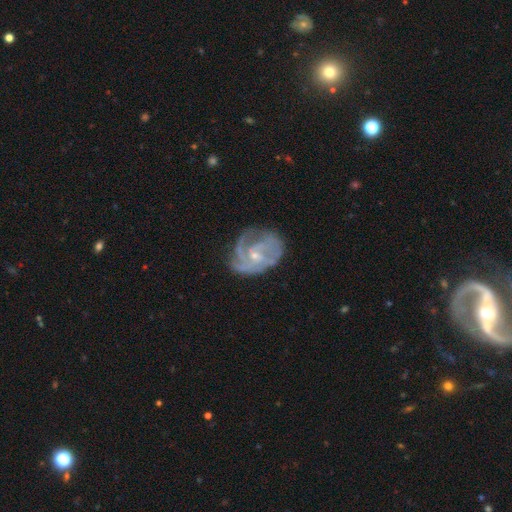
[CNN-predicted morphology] This is clearly a featured or disk galaxy (83%). It is clearly not viewed edge-on (98%). Bar: possibly no (58%). Spiral arm pattern: clearly yes (92%). Spiral arm count: marginally 3 (31%). Spiral winding: marginally tight (44%). Central bulge: likely small (69%). Merging: possibly none (55%).